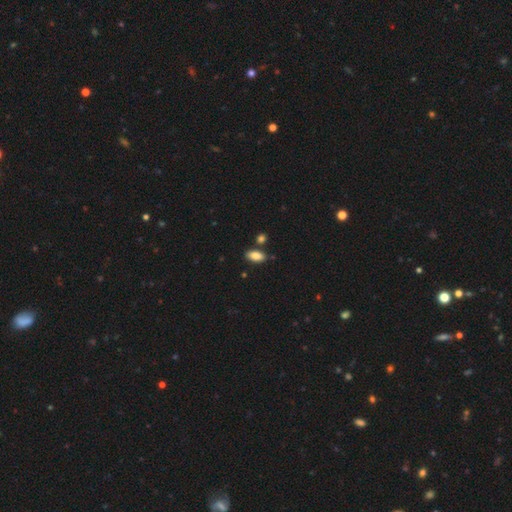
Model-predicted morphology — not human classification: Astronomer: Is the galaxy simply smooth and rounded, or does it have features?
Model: smooth — 86%.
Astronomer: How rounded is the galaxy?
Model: in between — 91%.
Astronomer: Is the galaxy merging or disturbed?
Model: none — 82%.